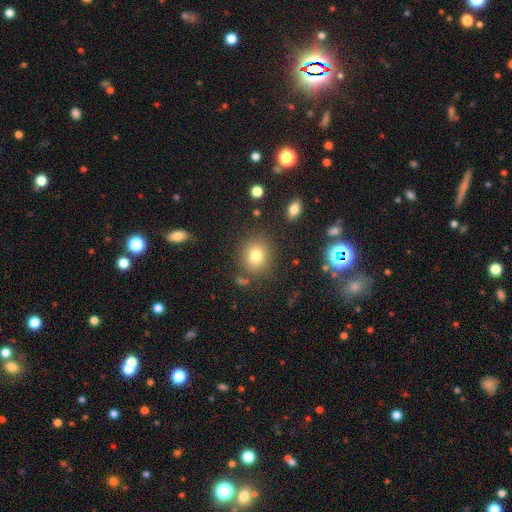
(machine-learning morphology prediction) Smooth or featured: smooth — 78% (star or artifact — 13%)
How rounded: round — 77% (in between — 22%)
Merging: none — 83% (minor disturbance — 9%)